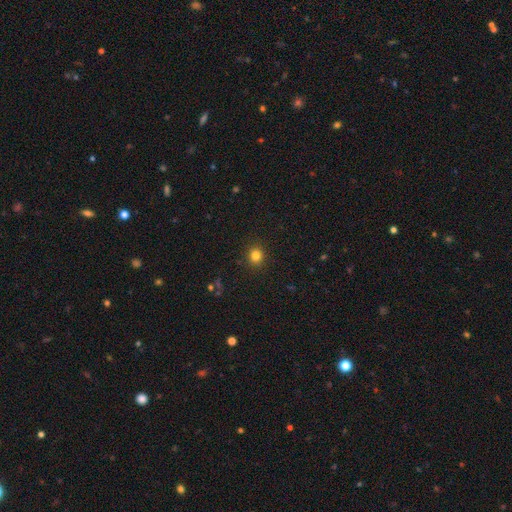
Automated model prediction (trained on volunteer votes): Smooth or featured: smooth — 82% (star or artifact — 13%)
How rounded: round — 83% (in between — 16%)
Merging: none — 91% (minor disturbance — 6%)